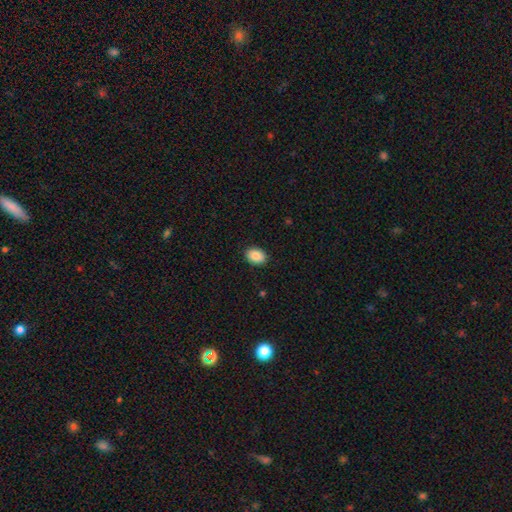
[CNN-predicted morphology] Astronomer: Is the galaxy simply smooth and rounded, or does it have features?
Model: smooth — 88%.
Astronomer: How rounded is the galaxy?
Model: in between — 77%.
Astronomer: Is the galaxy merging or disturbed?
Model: none — 90%.